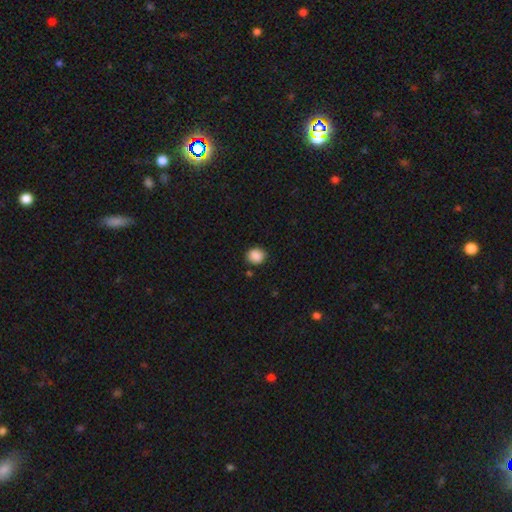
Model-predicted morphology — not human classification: The model was most divided on "how rounded": round: 73%, in between: 26%, cigar-shaped: 1%. More confident: smooth or featured — smooth (88%); merging — none (83%).